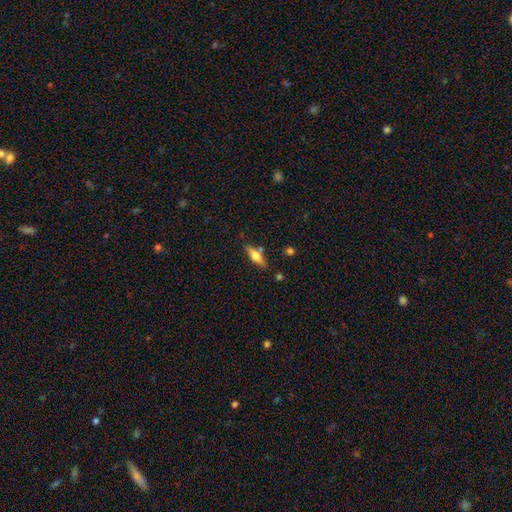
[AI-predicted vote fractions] Smooth or featured? Predicted: smooth (p=0.59). How rounded? Predicted: cigar-shaped (p=0.49, tied with in between). Merging? Predicted: none (p=0.75).